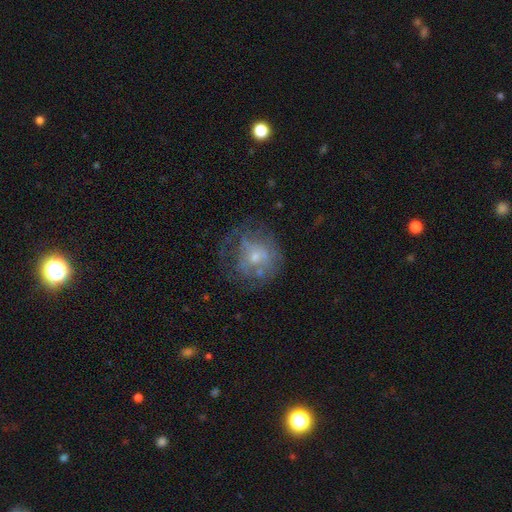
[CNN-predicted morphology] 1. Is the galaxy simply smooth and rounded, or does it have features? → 53% featured or disk, 34% smooth, 12% star or artifact.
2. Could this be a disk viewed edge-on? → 97% no, 3% yes.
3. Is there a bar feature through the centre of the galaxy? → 78% no, 18% weak, 3% strong.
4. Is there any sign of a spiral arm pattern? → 65% no, 35% yes.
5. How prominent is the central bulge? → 57% small, 35% moderate, 5% none, 2% large, 1% dominant.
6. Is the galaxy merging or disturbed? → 52% none, 24% major disturbance, 21% minor disturbance, 3% merger.